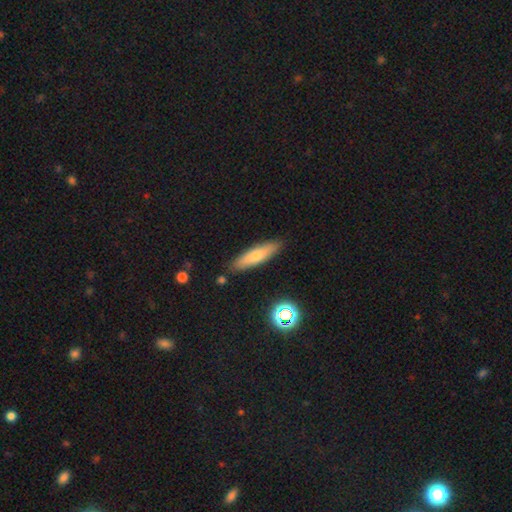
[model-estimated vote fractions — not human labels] Smooth or featured? smooth (64%)
How rounded? cigar-shaped (76%)
Merging? none (87%)